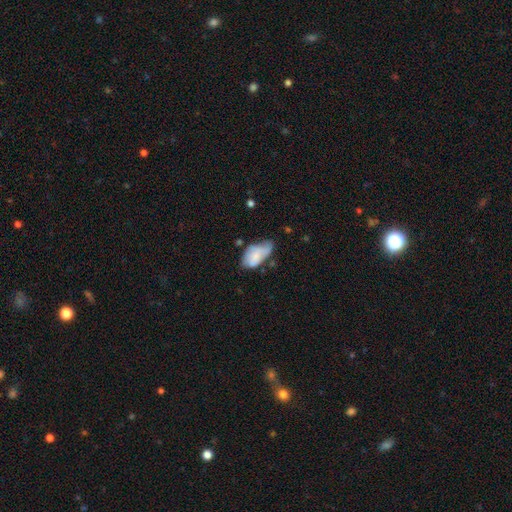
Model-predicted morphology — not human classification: Smooth or featured? Predicted: smooth (p=0.65). How rounded? Predicted: in between (p=0.93). Merging? Predicted: minor disturbance (p=0.40).